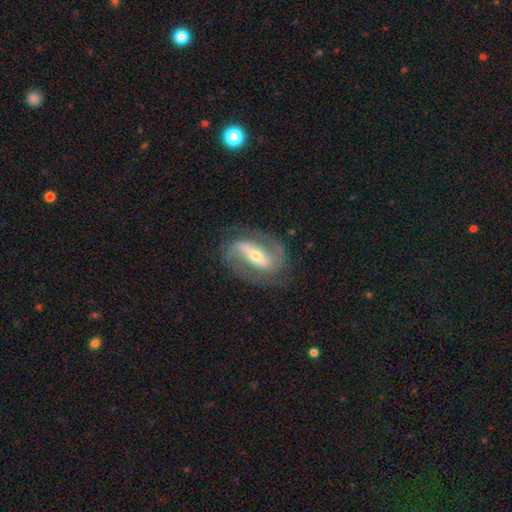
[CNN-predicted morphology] This appears to be a featured or disk galaxy (87%) with a strong bar (58%), 2 (90%) medium (47%) spiral arms (95%) and a moderate central bulge (50%). Merging: none (81%).